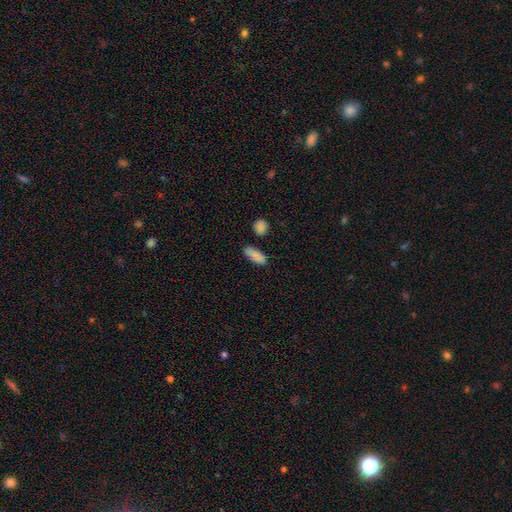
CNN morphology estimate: smooth 87%, star or artifact 8%, featured or disk 6%. Down the decision tree: how rounded — in between (70%); merging — none (77%).